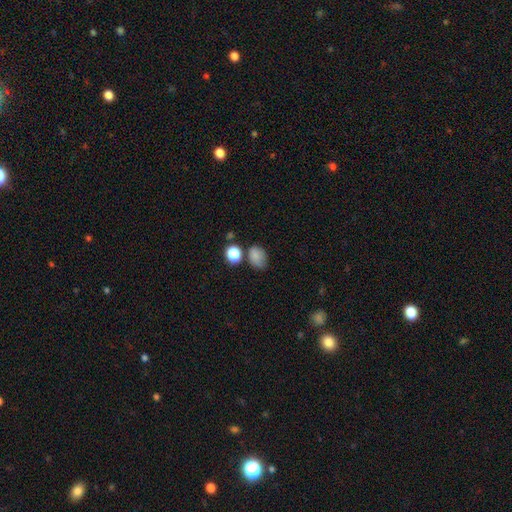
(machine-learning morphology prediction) smooth 80%, star or artifact 12%, featured or disk 8%. Down the decision tree: how rounded — in between (68%); merging — none (56%).